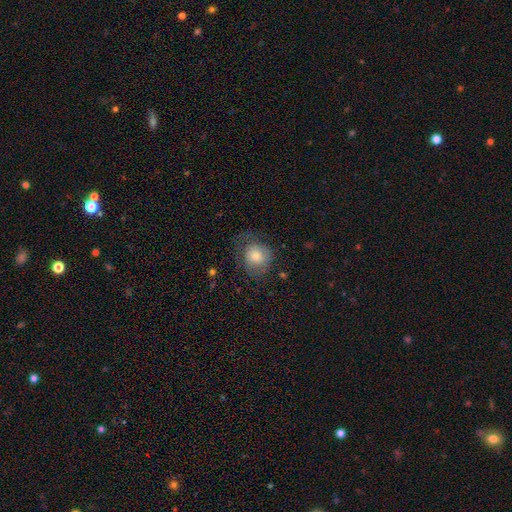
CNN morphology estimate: type=smooth (67%); roundness=round (74%); merging=none (55%).